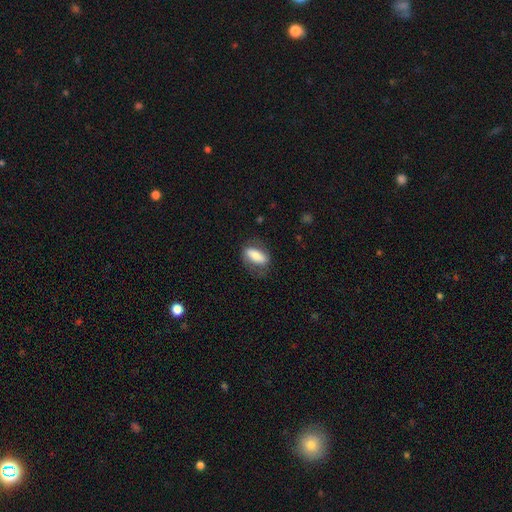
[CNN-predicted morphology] A smooth galaxy with no disk features (69%) that is in between round and cigar-shaped (81%). Merging: none (67%).